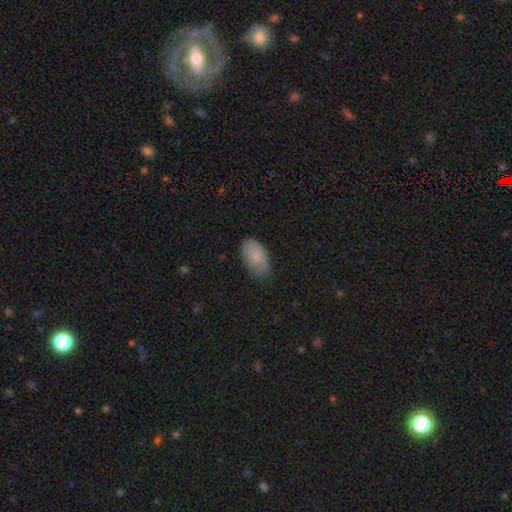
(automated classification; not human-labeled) smooth 81%, featured or disk 12%, star or artifact 6%. Down the decision tree: how rounded — in between (94%); merging — none (69%).